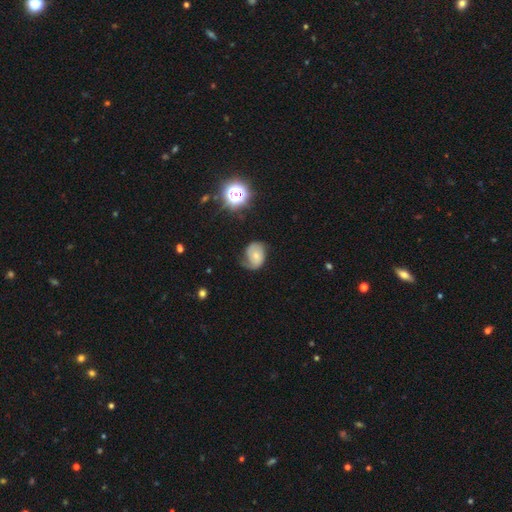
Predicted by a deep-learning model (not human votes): smooth_or_featured: featured or disk (p=0.52) [alt: smooth p=0.37]
disk_edge_on: no (p=0.97) [alt: yes p=0.03]
merging: none (p=0.43) [alt: minor disturbance p=0.33]